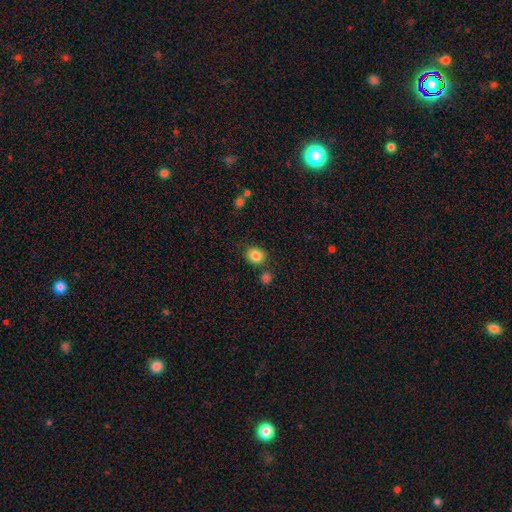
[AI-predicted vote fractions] smooth_or_featured: smooth (p=0.85) [alt: star or artifact p=0.10]
how_rounded: round (p=0.72) [alt: in between p=0.28]
merging: none (p=0.80) [alt: minor disturbance p=0.11]